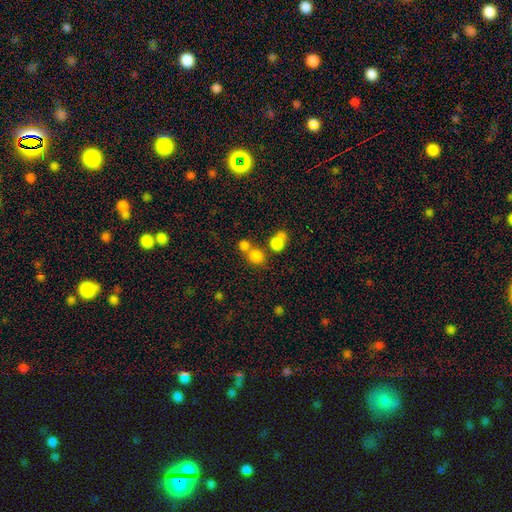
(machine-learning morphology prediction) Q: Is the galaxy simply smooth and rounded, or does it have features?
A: smooth — 78%.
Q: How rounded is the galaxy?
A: round — 78%.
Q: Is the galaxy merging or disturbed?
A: none — 50%.